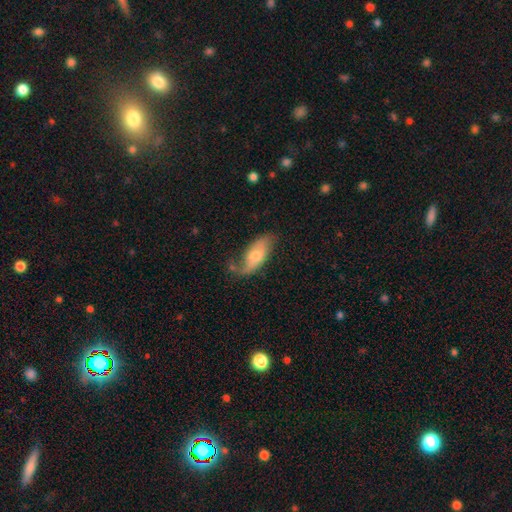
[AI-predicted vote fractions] The model was most divided on "smooth or featured" (2-way tie): featured or disk: 47%, smooth: 47%, star or artifact: 6%. Remaining: merging — none (50%).